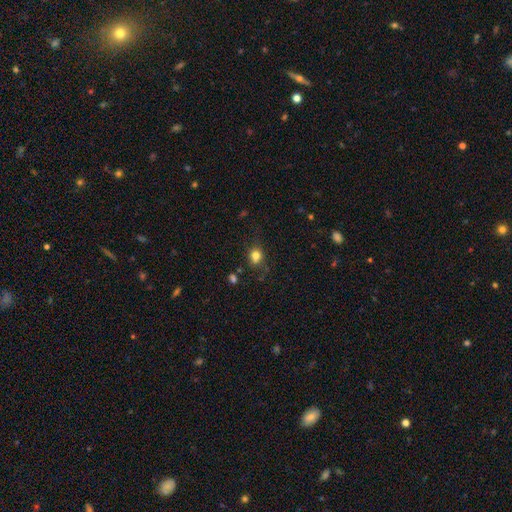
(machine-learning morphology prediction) smooth_or_featured: smooth (p=0.79) [alt: star or artifact p=0.13]
how_rounded: round (p=0.64) [alt: in between p=0.35]
merging: none (p=0.72) [alt: minor disturbance p=0.18]